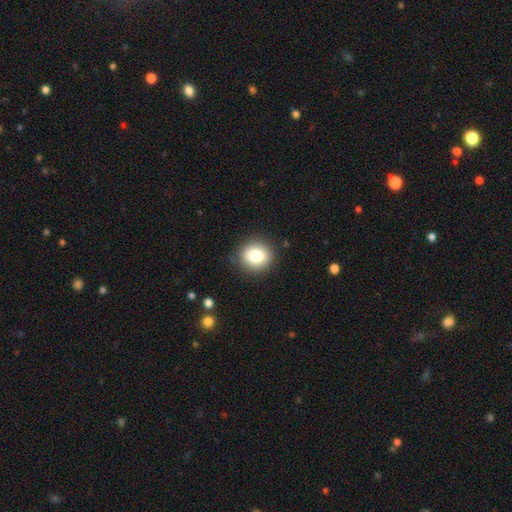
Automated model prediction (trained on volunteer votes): smooth-or-featured: smooth: 81% | star or artifact: 10% | featured or disk: 8%
  how-rounded: round: 84% | in between: 15% | cigar-shaped: 1%
  merging: none: 89% | minor disturbance: 8% | major disturbance: 2% | merger: 1%